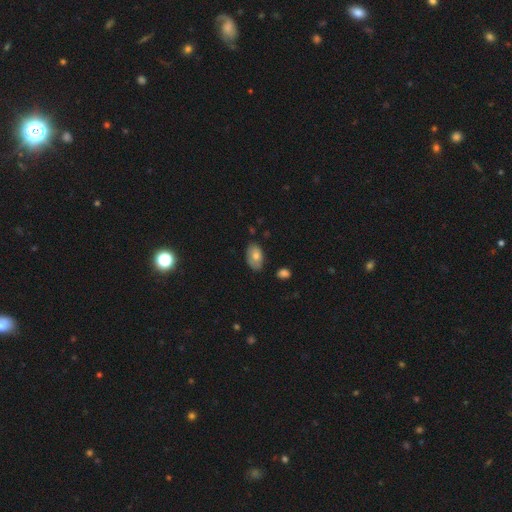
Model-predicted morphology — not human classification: Smooth or featured?
  - smooth: 74% *
  - featured or disk: 19%
  - star or artifact: 8%
How rounded?
  - in between: 92% *
  - round: 6%
  - cigar-shaped: 1%
Merging?
  - none: 72% *
  - minor disturbance: 22%
  - major disturbance: 4%
  - merger: 2%